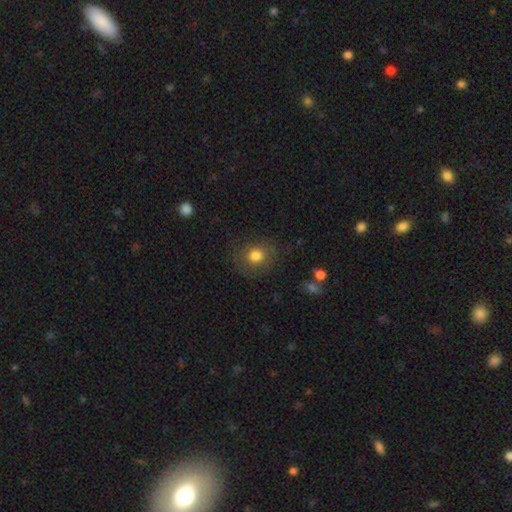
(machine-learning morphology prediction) Overall: smooth (79%). How rounded: round (79%). Merging: none (81%).